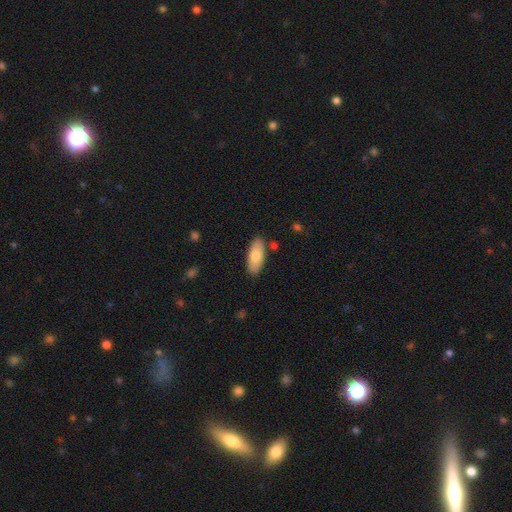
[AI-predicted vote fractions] Smooth or featured?
  - smooth: 78% *
  - featured or disk: 16%
  - star or artifact: 6%
How rounded?
  - in between: 82% *
  - cigar-shaped: 16%
  - round: 2%
Merging?
  - none: 85% *
  - minor disturbance: 10%
  - merger: 3%
  - major disturbance: 2%